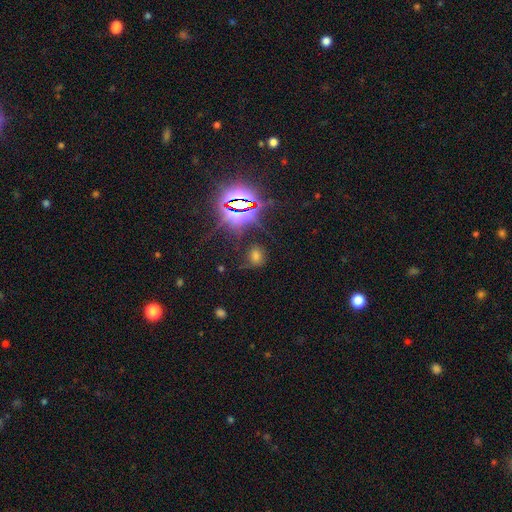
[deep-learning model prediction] Smooth or featured? Predicted: star or artifact (p=0.46).